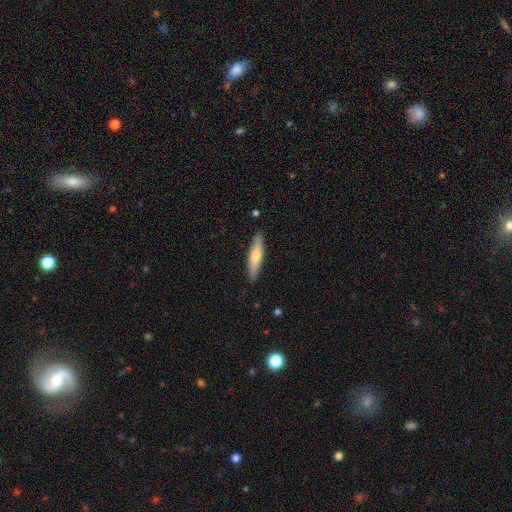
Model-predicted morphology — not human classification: Smooth or featured?
  - smooth: 63% *
  - featured or disk: 32%
  - star or artifact: 5%
How rounded?
  - cigar-shaped: 80% *
  - in between: 19%
  - round: 2%
Merging?
  - none: 89% *
  - minor disturbance: 9%
  - major disturbance: 2%
  - merger: 1%